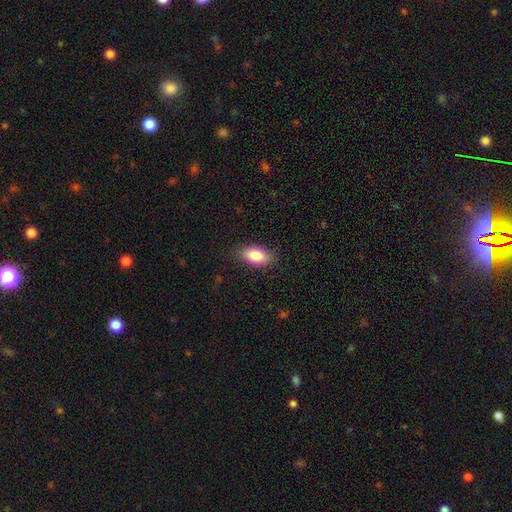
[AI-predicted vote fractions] Smooth or featured? Predicted: smooth (p=0.84). How rounded? Predicted: in between (p=0.90). Merging? Predicted: none (p=0.85).